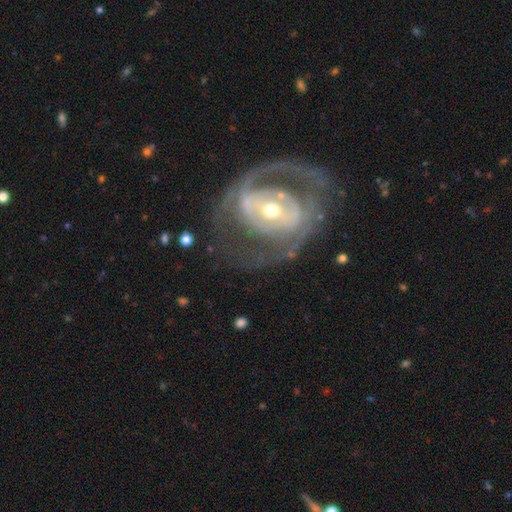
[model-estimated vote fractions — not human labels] A featured or disk galaxy (85%) with a strong bar (37%), 2 (65%) medium (43%) spiral arms (80%) and a moderate central bulge (53%). Merging: none (61%).